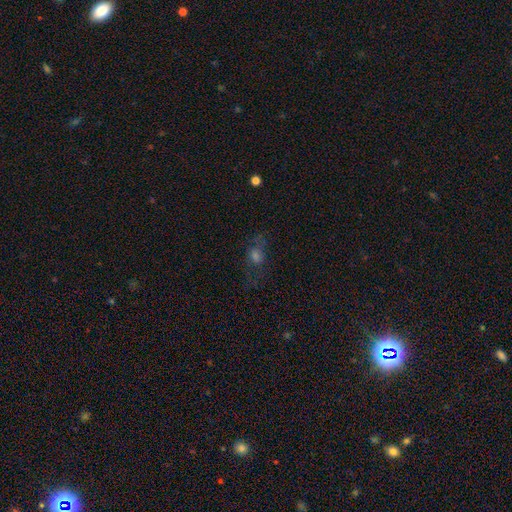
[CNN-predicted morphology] Q: Smooth or featured?
A: smooth (41%); runner-up: star or artifact (30%)
Q: Merging?
A: none (58%); runner-up: major disturbance (20%)